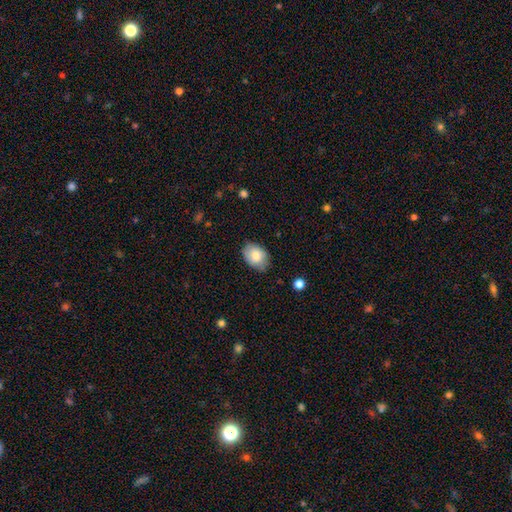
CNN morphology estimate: The model was most divided on "merging": none: 75%, minor disturbance: 20%, major disturbance: 3%, merger: 1%. More confident: how rounded — in between (80%); smooth or featured — smooth (77%).